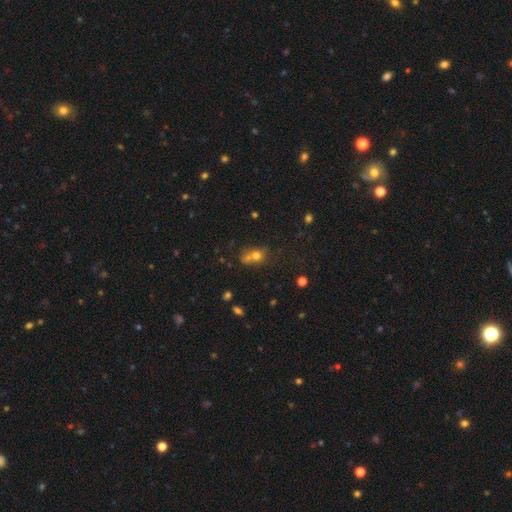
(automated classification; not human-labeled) This is likely a smooth galaxy (64%). How rounded: likely round (63%). Merging: marginally merger (44%).